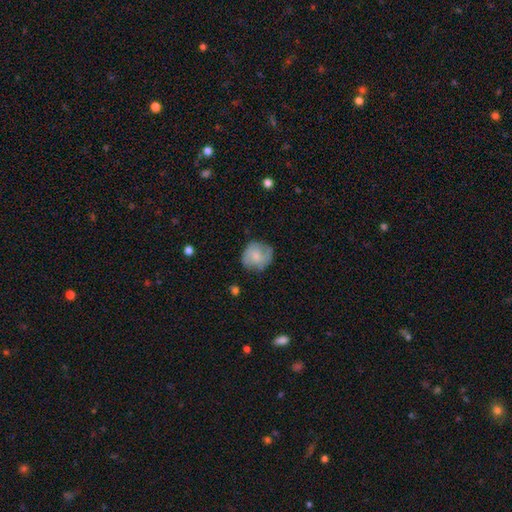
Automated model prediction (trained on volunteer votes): Smooth or featured: smooth — 61% (featured or disk — 32%)
How rounded: round — 84% (in between — 15%)
Merging: none — 68% (minor disturbance — 23%)